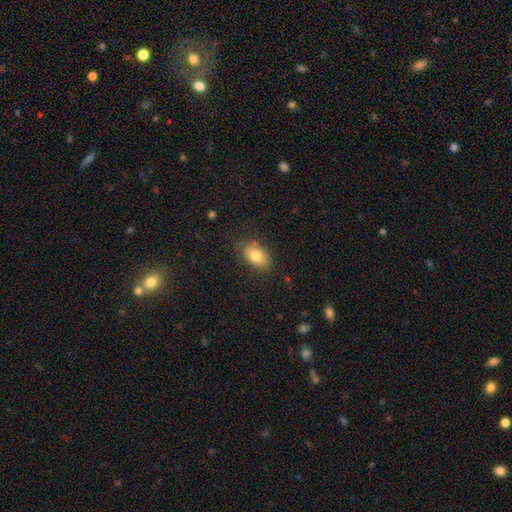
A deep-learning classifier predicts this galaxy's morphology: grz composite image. It shows a smooth galaxy with no disk features (80%) that is in between round and cigar-shaped (88%). Merging: none (75%).